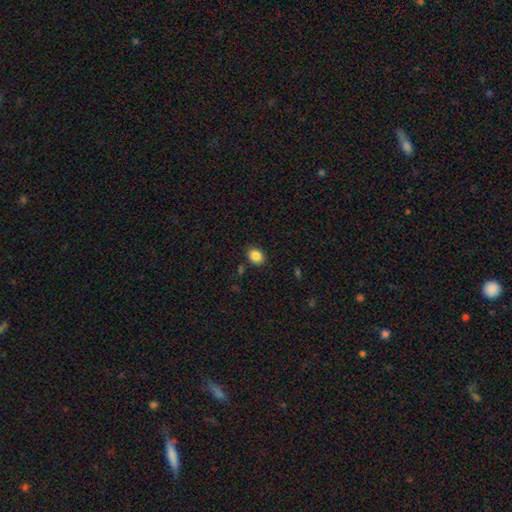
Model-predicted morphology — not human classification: smooth_or_featured: smooth (p=0.86) [alt: star or artifact p=0.10]
how_rounded: round (p=0.54) [alt: in between p=0.45]
merging: none (p=0.86) [alt: minor disturbance p=0.09]